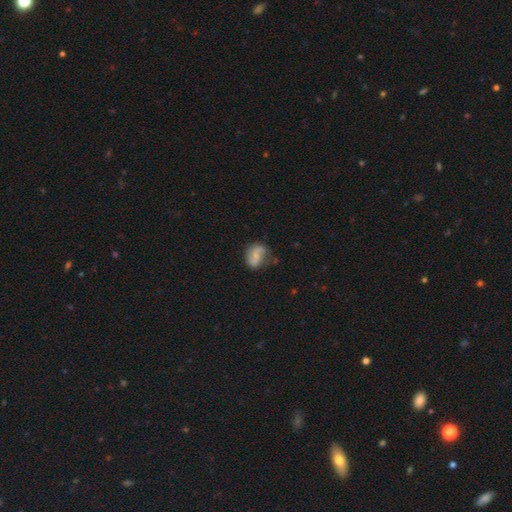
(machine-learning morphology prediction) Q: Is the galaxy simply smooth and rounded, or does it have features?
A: featured or disk — 61%.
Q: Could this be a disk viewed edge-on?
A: no — 97%.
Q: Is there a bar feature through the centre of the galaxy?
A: no — 43%.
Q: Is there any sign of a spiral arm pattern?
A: yes — 87%.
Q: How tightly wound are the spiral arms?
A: loose — 42%.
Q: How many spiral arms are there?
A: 2 — 82%.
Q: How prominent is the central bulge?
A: small — 51%.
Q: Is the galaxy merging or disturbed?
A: none — 58%.